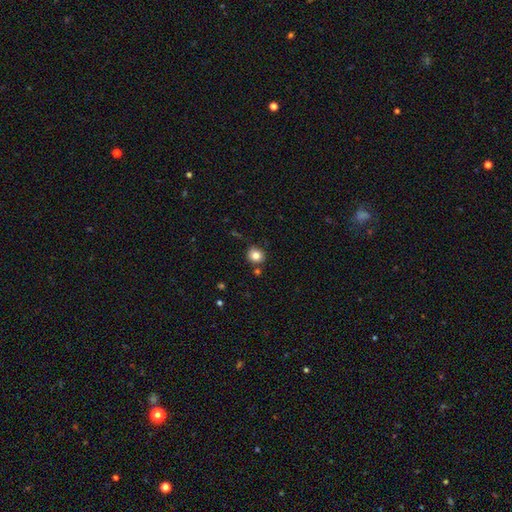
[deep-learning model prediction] A smooth galaxy with no disk features (83%) that is round (85%). Merging: none (82%).